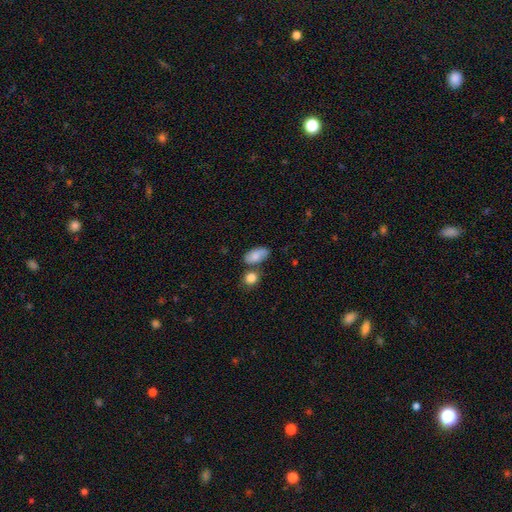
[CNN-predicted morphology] Q: Smooth or featured?
A: smooth (74%); runner-up: featured or disk (18%)
Q: How rounded?
A: in between (88%); runner-up: round (8%)
Q: Merging?
A: none (57%); runner-up: minor disturbance (19%)